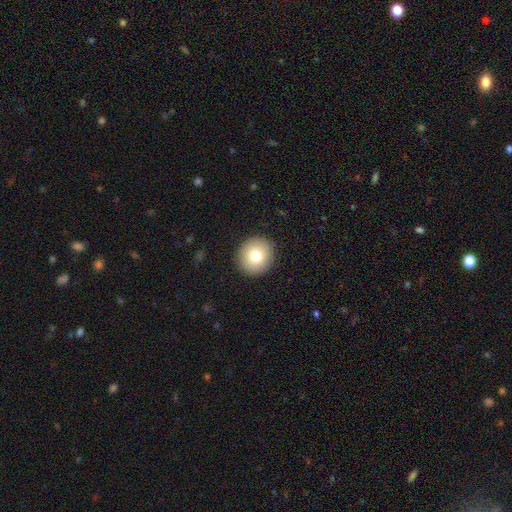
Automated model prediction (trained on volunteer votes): Smooth or featured?
  - smooth: 79% *
  - featured or disk: 12%
  - star or artifact: 9%
How rounded?
  - round: 90% *
  - in between: 9%
  - cigar-shaped: 1%
Merging?
  - none: 92% *
  - minor disturbance: 5%
  - major disturbance: 2%
  - merger: 1%